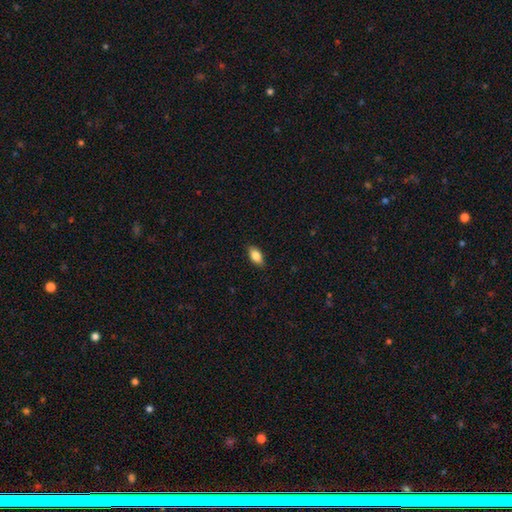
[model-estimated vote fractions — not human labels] Smooth or featured? Predicted: smooth (p=0.84). How rounded? Predicted: in between (p=0.90). Merging? Predicted: none (p=0.87).